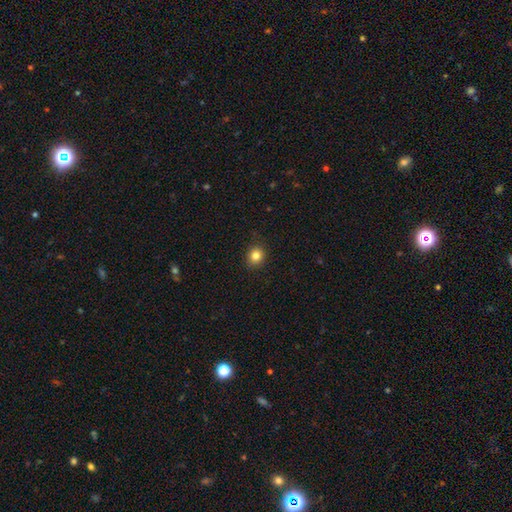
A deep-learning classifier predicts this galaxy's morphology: Smooth or featured? Predicted: smooth (p=0.83). How rounded? Predicted: round (p=0.81). Merging? Predicted: none (p=0.90).